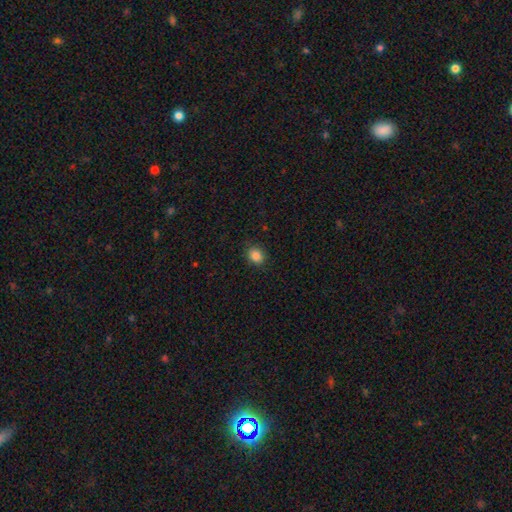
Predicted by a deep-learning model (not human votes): A smooth galaxy with no disk features (86%) that is round (64%). Merging: none (86%).